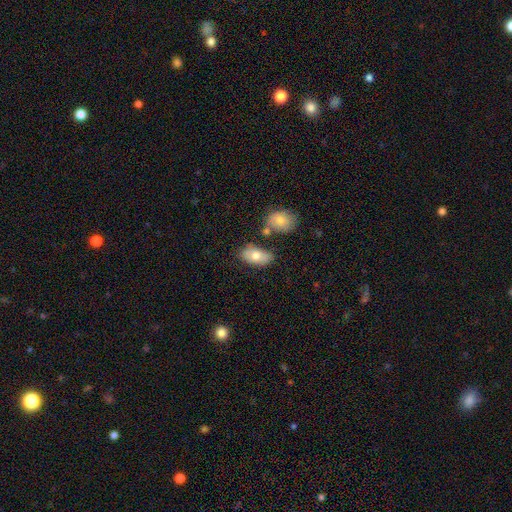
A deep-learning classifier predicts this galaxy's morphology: Smooth or featured: smooth — 73% (featured or disk — 20%)
How rounded: in between — 92% (round — 6%)
Merging: none — 64% (minor disturbance — 18%)